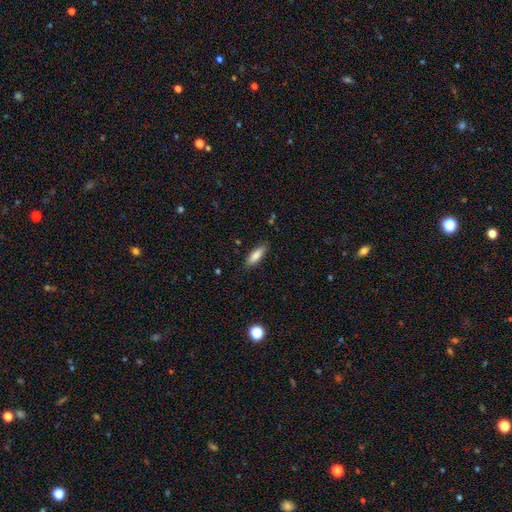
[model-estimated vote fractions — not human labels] smooth_or_featured: smooth (p=0.83) [alt: featured or disk p=0.11]
how_rounded: in between (p=0.55) [alt: cigar-shaped p=0.44]
merging: none (p=0.84) [alt: minor disturbance p=0.12]